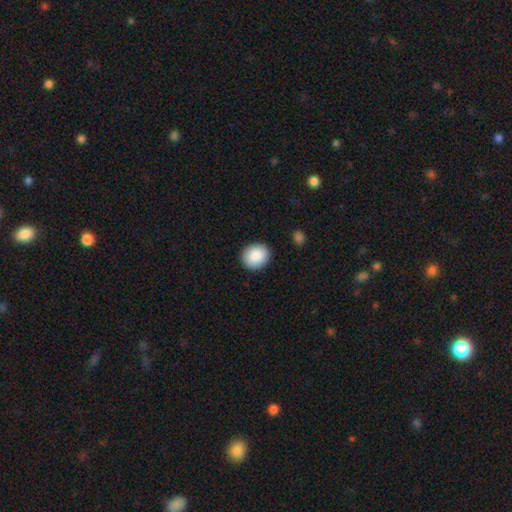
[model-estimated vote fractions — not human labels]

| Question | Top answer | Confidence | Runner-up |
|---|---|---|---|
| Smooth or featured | smooth | 87% | star or artifact (7%) |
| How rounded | round | 73% | in between (26%) |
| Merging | none | 89% | minor disturbance (7%) |